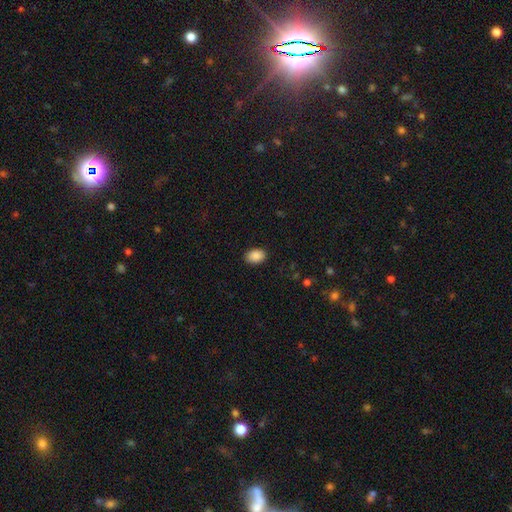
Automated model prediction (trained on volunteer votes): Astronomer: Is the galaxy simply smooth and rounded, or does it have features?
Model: smooth — 90%.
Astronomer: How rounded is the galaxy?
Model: in between — 83%.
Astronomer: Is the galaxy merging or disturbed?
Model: none — 89%.